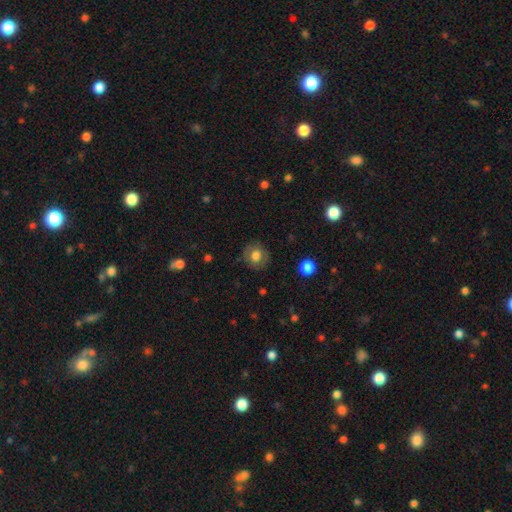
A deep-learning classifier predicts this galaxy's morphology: Smooth or featured?
  - smooth: 68% *
  - featured or disk: 22%
  - star or artifact: 10%
How rounded?
  - round: 82% *
  - in between: 17%
  - cigar-shaped: 1%
Merging?
  - none: 82% *
  - minor disturbance: 12%
  - major disturbance: 5%
  - merger: 1%